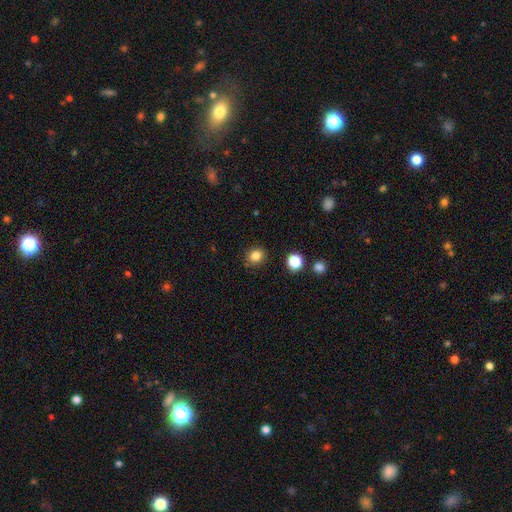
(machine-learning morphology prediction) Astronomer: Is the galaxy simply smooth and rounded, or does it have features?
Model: smooth — 82%.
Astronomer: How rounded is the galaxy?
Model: round — 72%.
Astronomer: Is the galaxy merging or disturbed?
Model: none — 87%.